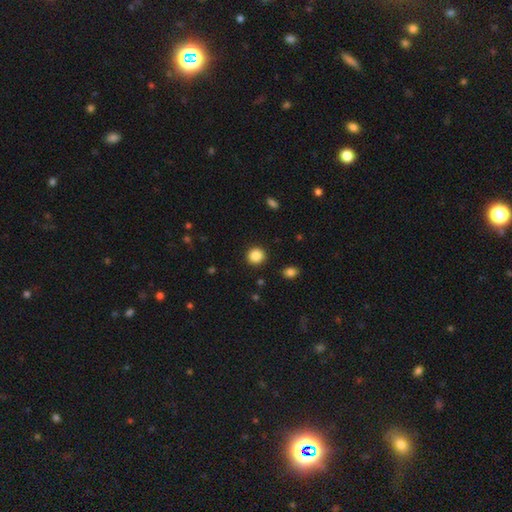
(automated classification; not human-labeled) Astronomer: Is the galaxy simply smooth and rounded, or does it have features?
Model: smooth — 87%.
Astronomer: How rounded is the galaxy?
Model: round — 91%.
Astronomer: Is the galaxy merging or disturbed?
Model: none — 91%.